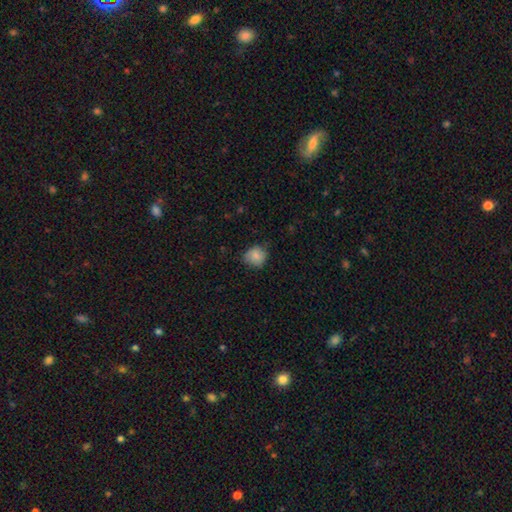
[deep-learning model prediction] This is clearly a smooth galaxy (83%). How rounded: likely round (79%). Merging: likely none (69%).